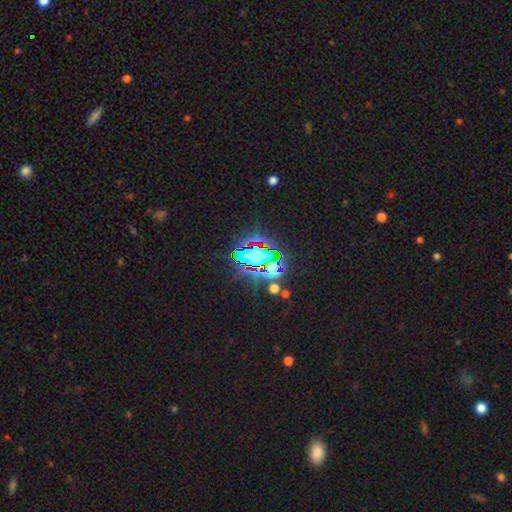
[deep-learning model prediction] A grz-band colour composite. It shows a star or artifact, not a galaxy (66%).